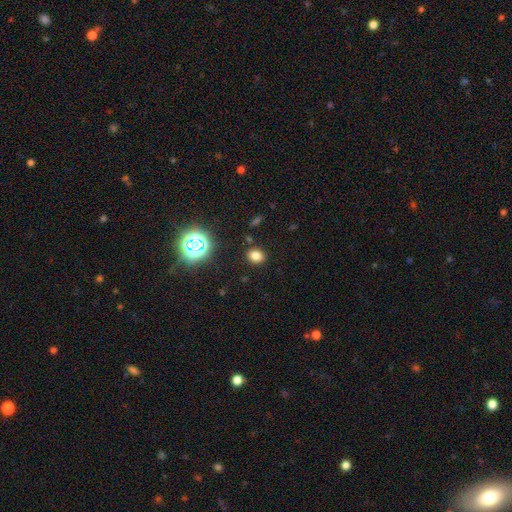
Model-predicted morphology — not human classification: A smooth galaxy with no disk features (75%) that is round (56%).

Vote fractions:
- Smooth or featured? smooth: 75% / star or artifact: 19% / featured or disk: 6%
- How rounded? round: 56% / in between: 43% / cigar-shaped: 1%
- Merging? none: 87% / minor disturbance: 8% / major disturbance: 3% / merger: 2%